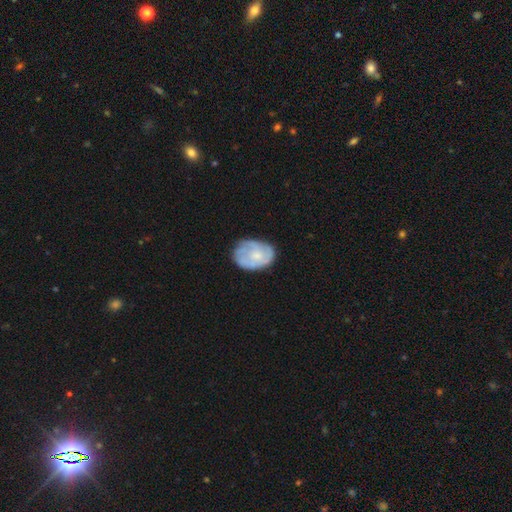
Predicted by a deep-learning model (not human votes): A featured or disk galaxy (52%) with no bar (82%), spiral arms (65%) and a small central bulge (57%). Merging: none (62%).